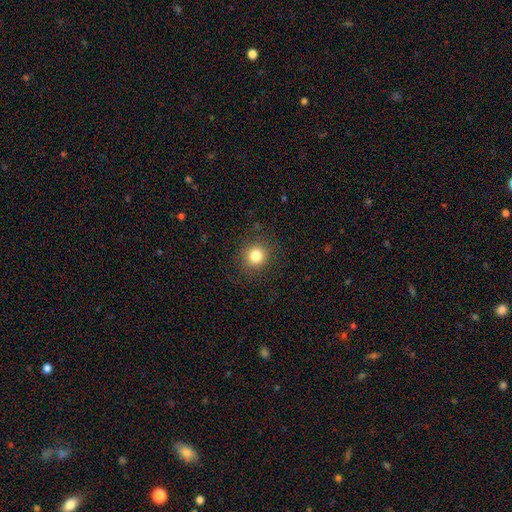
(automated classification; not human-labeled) Morphology: type=smooth (82%); roundness=round (90%); merging=none (88%).